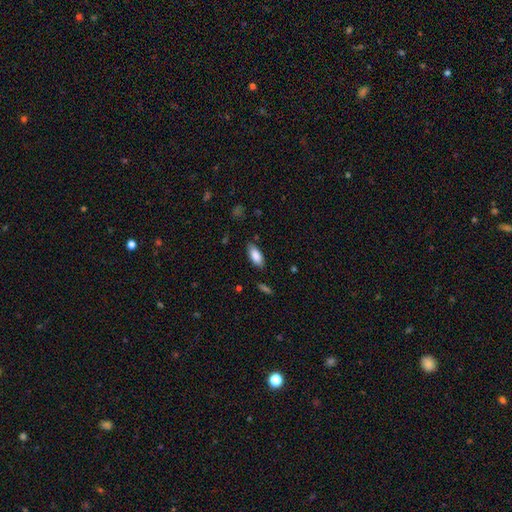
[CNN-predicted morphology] smooth-or-featured: smooth: 85% | featured or disk: 8% | star or artifact: 6%
  how-rounded: in between: 86% | cigar-shaped: 12% | round: 2%
  merging: none: 83% | minor disturbance: 13% | major disturbance: 3% | merger: 1%